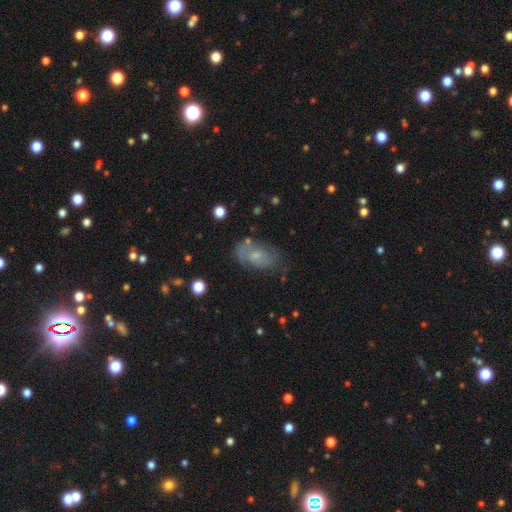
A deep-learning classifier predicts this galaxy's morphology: The model was most divided on "smooth or featured": featured or disk: 50%, smooth: 40%, star or artifact: 10%. More confident: merging — none (59%).